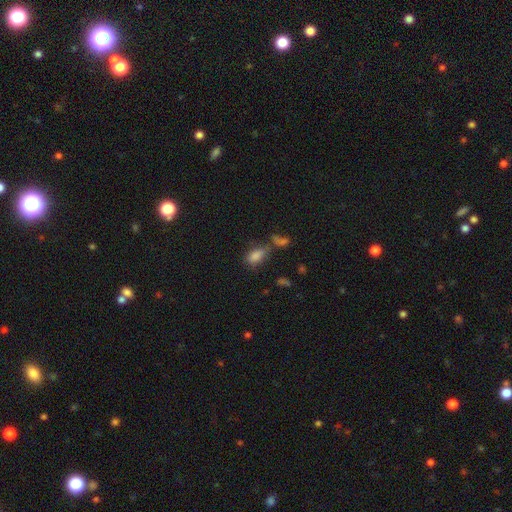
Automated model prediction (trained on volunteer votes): Morphology: type=smooth (82%); roundness=in between (88%); merging=none (55%).